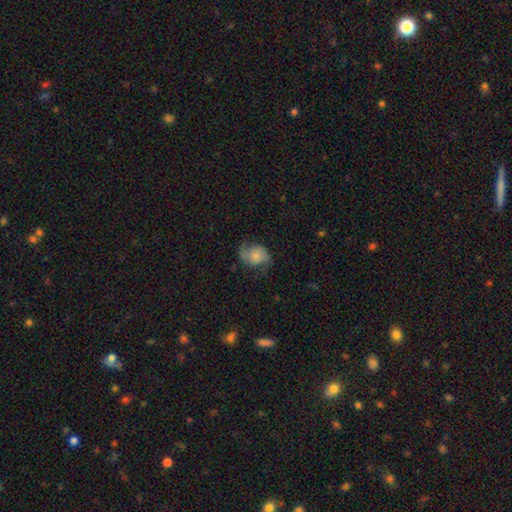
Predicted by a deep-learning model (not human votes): This is possibly a featured or disk galaxy (52%). It is clearly not viewed edge-on (97%). Bar: likely no (73%). Spiral arm pattern: clearly yes (87%). Central bulge: marginally small (30%). Merging: possibly none (60%).